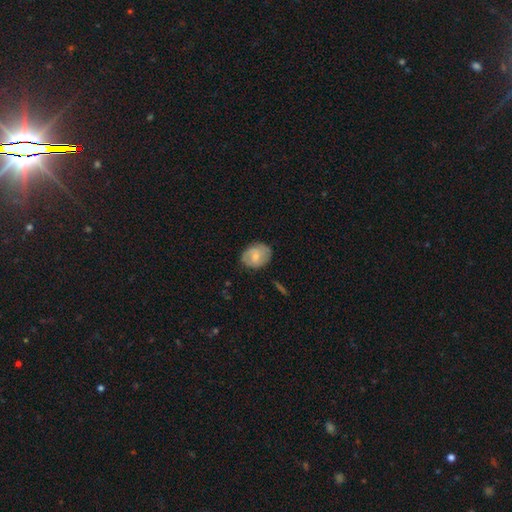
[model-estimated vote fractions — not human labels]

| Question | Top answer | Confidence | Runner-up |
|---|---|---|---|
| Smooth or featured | smooth | 62% | featured or disk (31%) |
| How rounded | in between | 53% | round (46%) |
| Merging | none | 76% | minor disturbance (18%) |